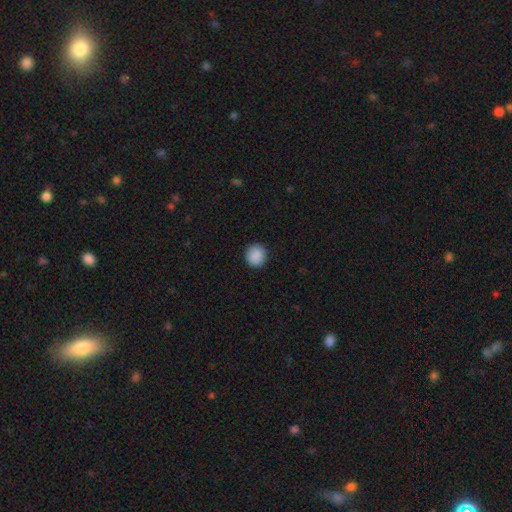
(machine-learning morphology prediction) This is clearly a smooth galaxy (89%). How rounded: clearly round (91%). Merging: clearly none (92%).